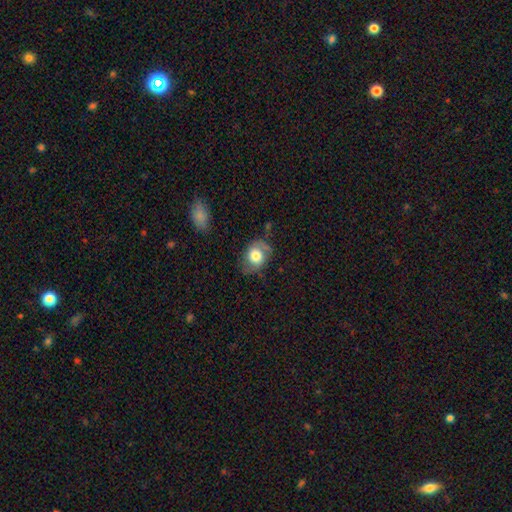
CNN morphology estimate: smooth-or-featured: smooth: 64% | featured or disk: 28% | star or artifact: 8%
  how-rounded: in between: 50% | round: 49% | cigar-shaped: 1%
  merging: none: 55% | minor disturbance: 29% | major disturbance: 14% | merger: 3%